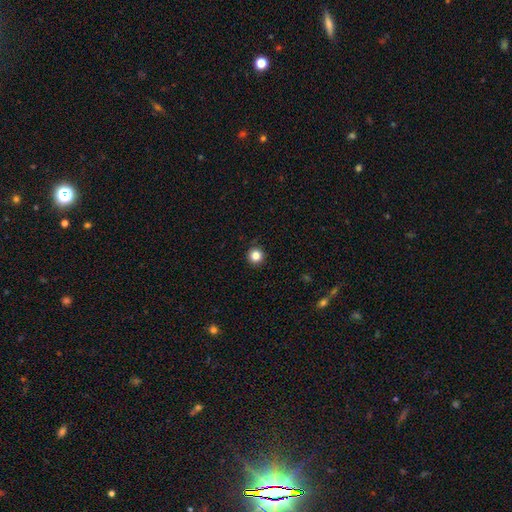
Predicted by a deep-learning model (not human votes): Smooth or featured?
  - smooth: 85% *
  - star or artifact: 11%
  - featured or disk: 4%
How rounded?
  - round: 95% *
  - in between: 4%
  - cigar-shaped: 1%
Merging?
  - none: 91% *
  - minor disturbance: 6%
  - major disturbance: 2%
  - merger: 1%